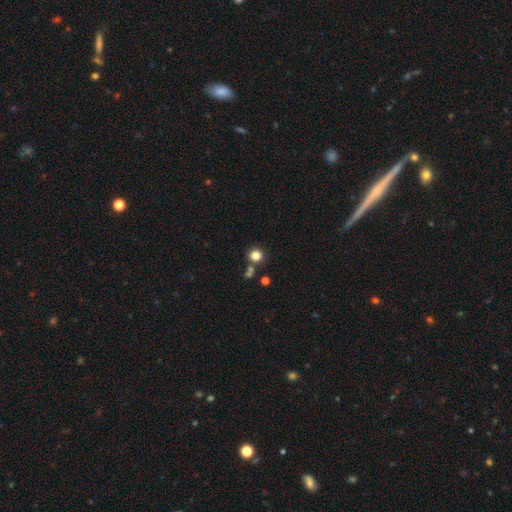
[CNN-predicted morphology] type=smooth (81%); roundness=round (92%); merging=none (75%).